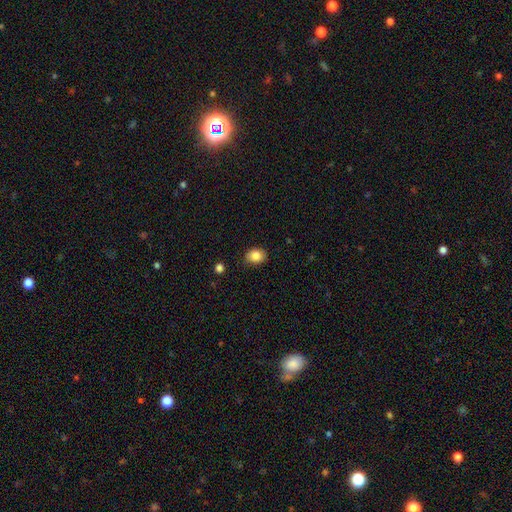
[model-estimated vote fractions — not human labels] smooth_or_featured: smooth (p=0.84) [alt: star or artifact p=0.09]
how_rounded: in between (p=0.61) [alt: round p=0.38]
merging: none (p=0.85) [alt: minor disturbance p=0.11]